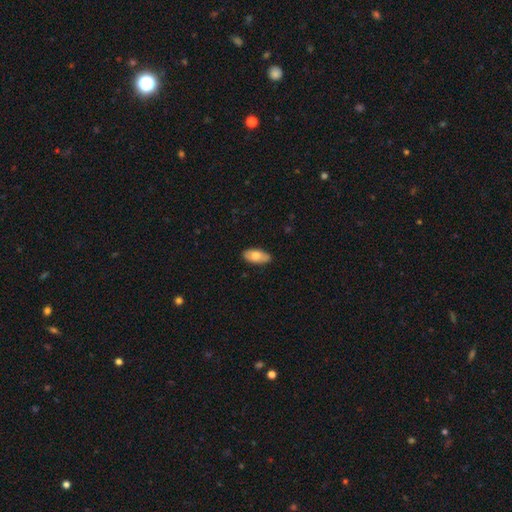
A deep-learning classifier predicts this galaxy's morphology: smooth 75%, featured or disk 20%, star or artifact 6%. Down the decision tree: how rounded — in between (91%); merging — none (85%).